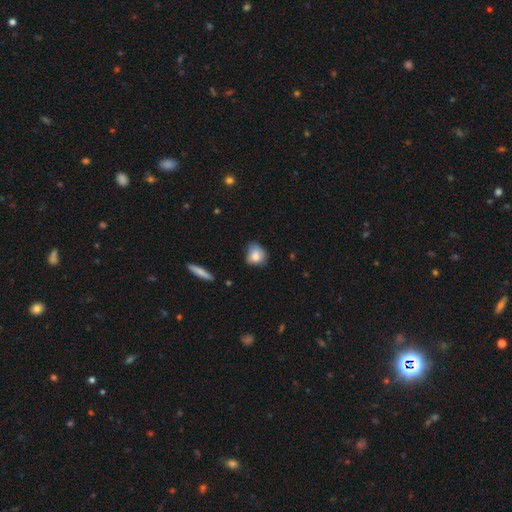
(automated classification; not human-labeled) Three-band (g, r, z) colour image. It shows a smooth galaxy with no disk features (79%) that is round (67%). Merging: none (64%).